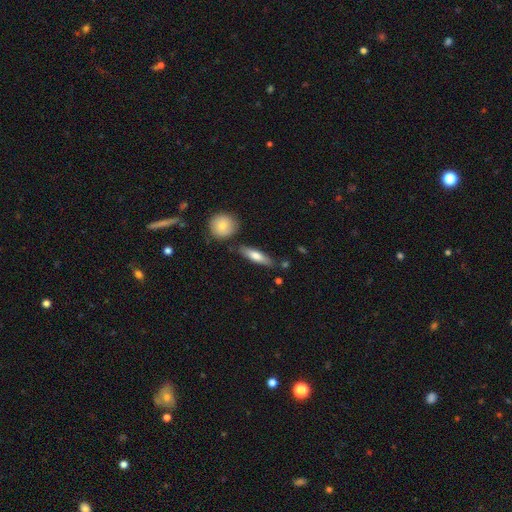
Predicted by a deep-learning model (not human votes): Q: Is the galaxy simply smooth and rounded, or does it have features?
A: smooth — 67%.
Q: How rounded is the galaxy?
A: cigar-shaped — 61%.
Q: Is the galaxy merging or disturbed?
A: none — 78%.